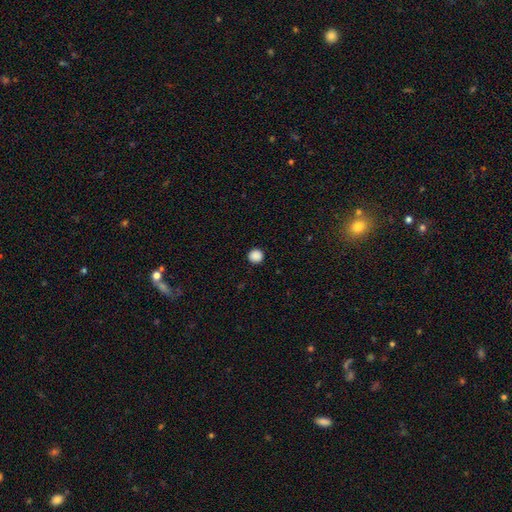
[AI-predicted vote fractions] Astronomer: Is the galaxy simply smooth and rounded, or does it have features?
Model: smooth — 88%.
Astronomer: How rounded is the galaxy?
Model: round — 94%.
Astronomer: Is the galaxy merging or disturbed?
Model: none — 92%.